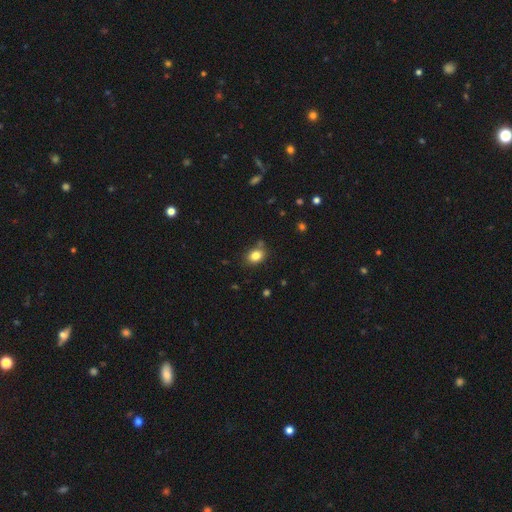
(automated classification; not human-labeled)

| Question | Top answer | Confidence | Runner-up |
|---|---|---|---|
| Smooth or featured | smooth | 83% | star or artifact (10%) |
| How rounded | in between | 60% | round (39%) |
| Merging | none | 77% | minor disturbance (14%) |